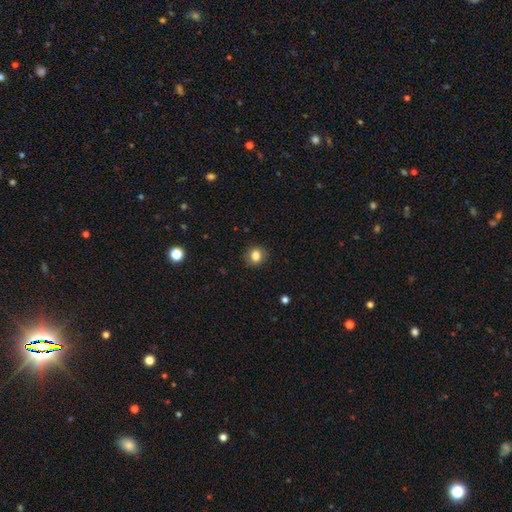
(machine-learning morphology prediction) A smooth galaxy with no disk features (83%) that is round (72%).

Vote fractions:
- Smooth or featured? smooth: 83% / star or artifact: 10% / featured or disk: 6%
- How rounded? round: 72% / in between: 27% / cigar-shaped: 1%
- Merging? none: 87% / minor disturbance: 10% / major disturbance: 3% / merger: 1%